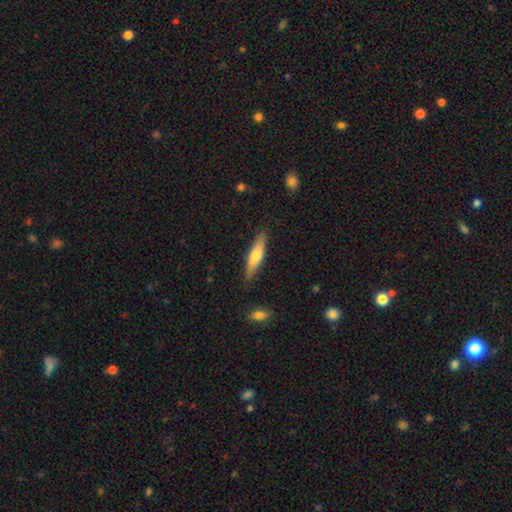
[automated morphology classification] smooth-or-featured: smooth: 59% | featured or disk: 35% | star or artifact: 6%
  how-rounded: cigar-shaped: 77% | in between: 22% | round: 2%
  merging: none: 85% | minor disturbance: 12% | major disturbance: 2% | merger: 2%